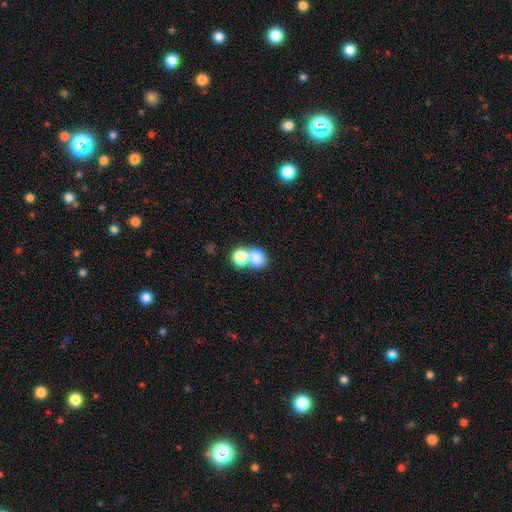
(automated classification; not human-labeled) Smooth or featured? Predicted: smooth (p=0.77). How rounded? Predicted: round (p=0.60). Merging? Predicted: merger (p=0.60).